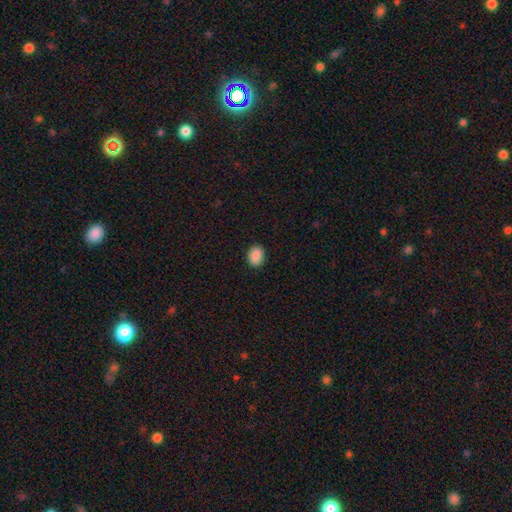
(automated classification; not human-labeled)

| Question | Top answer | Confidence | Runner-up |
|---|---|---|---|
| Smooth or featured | smooth | 89% | star or artifact (8%) |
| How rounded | in between | 70% | round (29%) |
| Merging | none | 87% | minor disturbance (9%) |